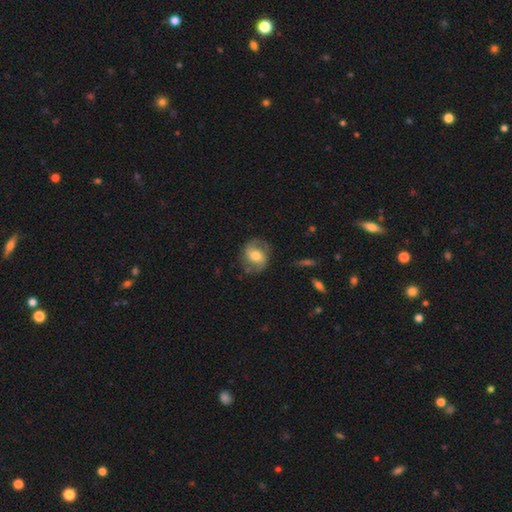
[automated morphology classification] type=featured or disk (54%); edge-on=no (96%); bar=weak (40%, tied with no); spiral arms=yes (79%); bulge=moderate (69%); merging=none (73%).